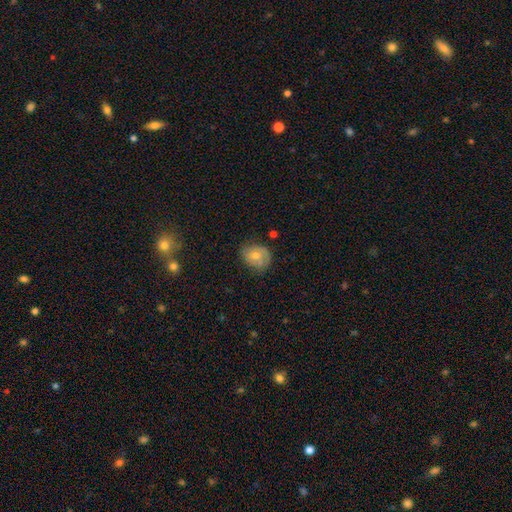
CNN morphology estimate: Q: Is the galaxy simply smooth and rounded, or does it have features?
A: smooth — 46%.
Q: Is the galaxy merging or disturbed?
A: none — 70%.